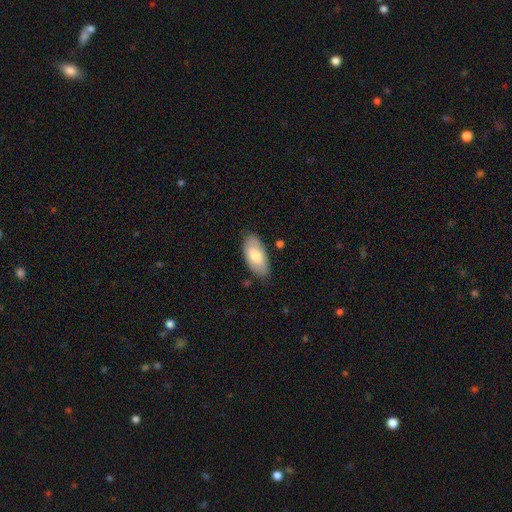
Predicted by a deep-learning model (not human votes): smooth 71%, featured or disk 23%, star or artifact 6%. Down the decision tree: how rounded — in between (93%); merging — none (80%).